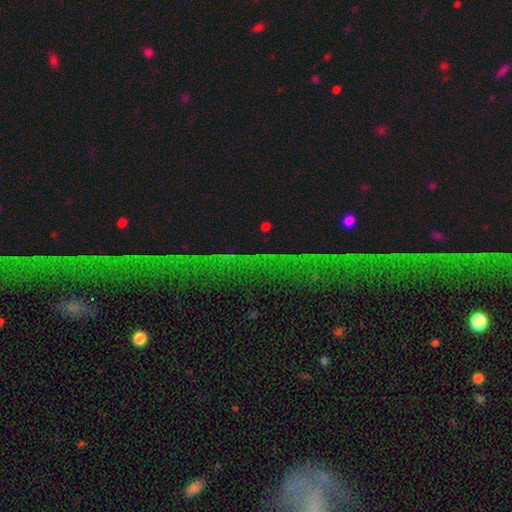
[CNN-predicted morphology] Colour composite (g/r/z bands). It shows a star or artifact, not a galaxy (76%).